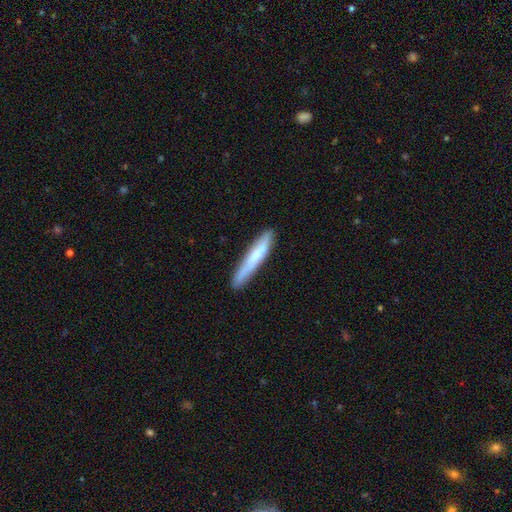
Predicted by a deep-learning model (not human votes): Smooth or featured? smooth (60%)
How rounded? cigar-shaped (94%)
Merging? none (82%)